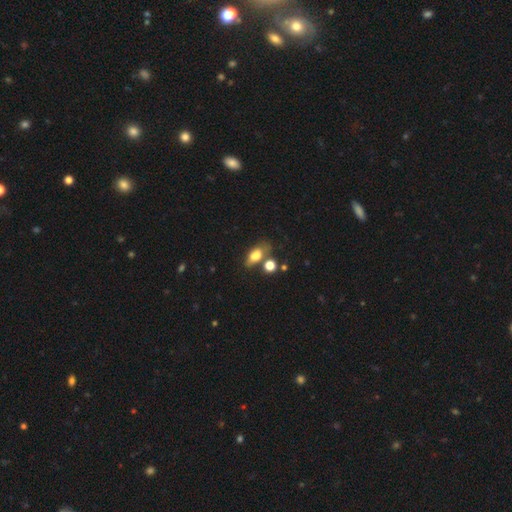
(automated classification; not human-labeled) Smooth or featured: smooth — 74% (featured or disk — 14%)
How rounded: in between — 80% (round — 13%)
Merging: none — 47% (merger — 22%)